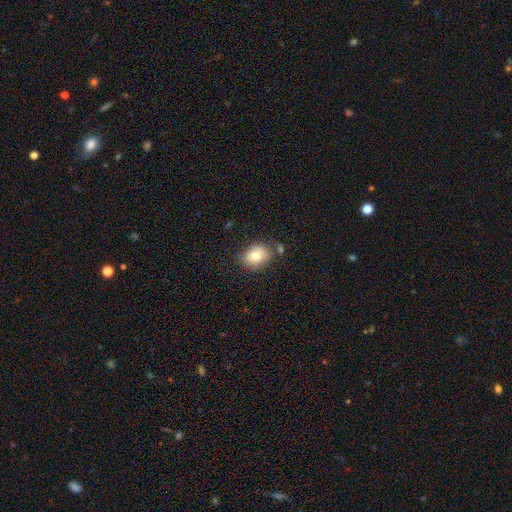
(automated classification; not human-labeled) Smooth or featured?
  - smooth: 78% *
  - featured or disk: 13%
  - star or artifact: 8%
How rounded?
  - in between: 64% *
  - round: 35%
  - cigar-shaped: 1%
Merging?
  - none: 71% *
  - minor disturbance: 18%
  - merger: 7%
  - major disturbance: 4%